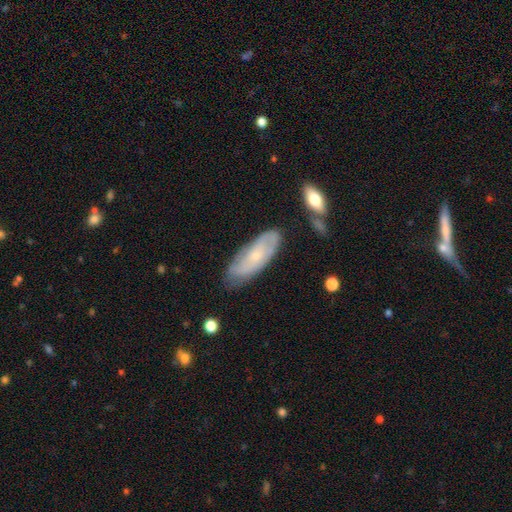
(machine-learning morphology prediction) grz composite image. It shows a featured or disk galaxy (51%). Merging: none (71%).